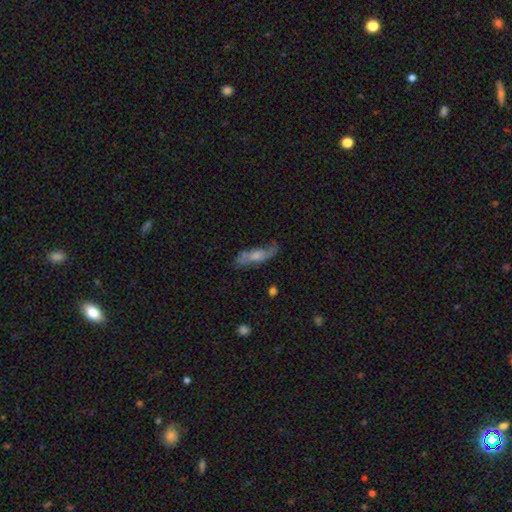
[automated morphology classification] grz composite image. It shows a smooth galaxy with no disk features (50%). Merging: none (59%).